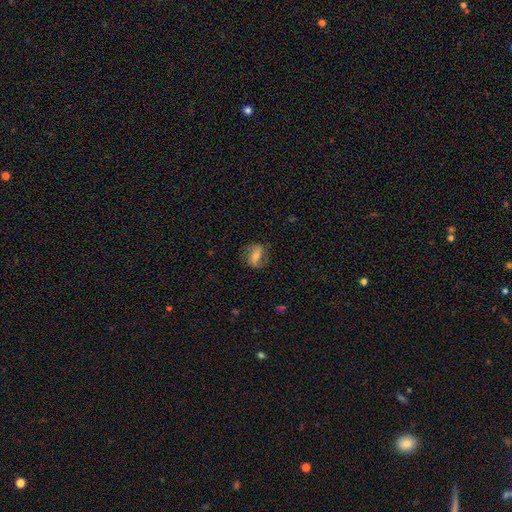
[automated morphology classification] This appears to be a featured or disk galaxy (55%) with a strong bar (42%), spiral arms (78%) and a moderate central bulge (50%). Merging: none (76%).